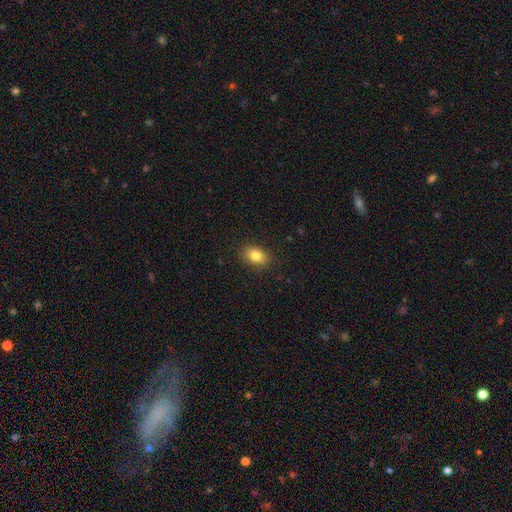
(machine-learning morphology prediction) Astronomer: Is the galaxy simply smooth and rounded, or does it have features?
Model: smooth — 82%.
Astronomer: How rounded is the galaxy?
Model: in between — 78%.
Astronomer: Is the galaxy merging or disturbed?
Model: none — 88%.